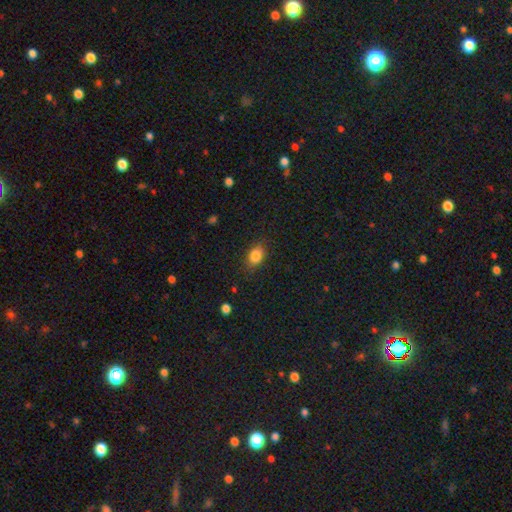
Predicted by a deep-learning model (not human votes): Morphology: type=smooth (84%); roundness=in between (73%); merging=none (82%).